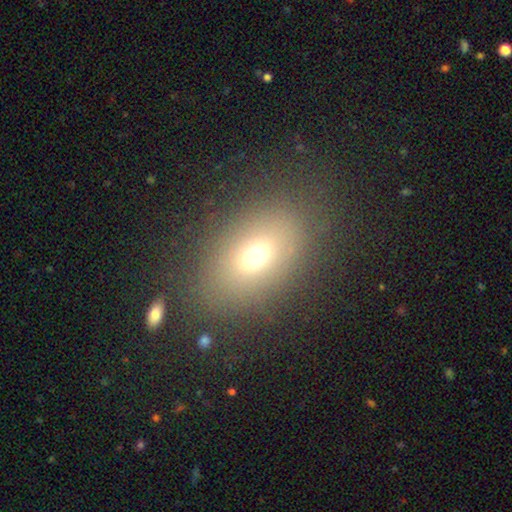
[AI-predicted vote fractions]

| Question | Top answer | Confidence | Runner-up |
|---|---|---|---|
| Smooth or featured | smooth | 66% | featured or disk (19%) |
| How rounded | in between | 81% | round (16%) |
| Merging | none | 80% | minor disturbance (11%) |